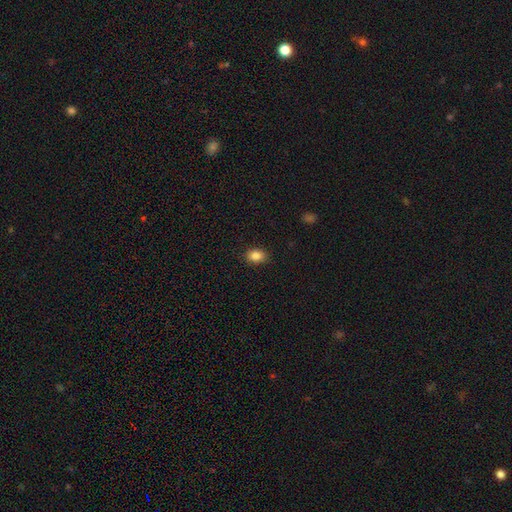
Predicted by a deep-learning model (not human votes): This is clearly a smooth galaxy (86%). How rounded: likely in between (73%). Merging: clearly none (88%).